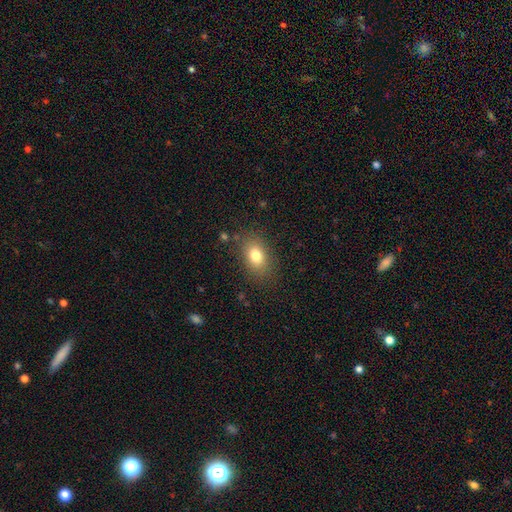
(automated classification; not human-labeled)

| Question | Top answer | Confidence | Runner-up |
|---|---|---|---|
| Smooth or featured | smooth | 79% | featured or disk (11%) |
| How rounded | in between | 81% | round (17%) |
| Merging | none | 82% | minor disturbance (12%) |